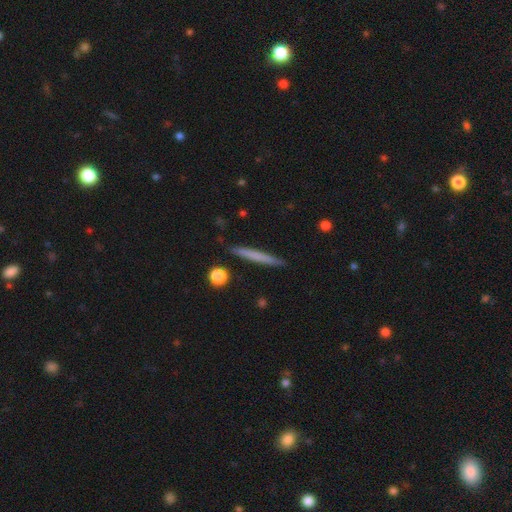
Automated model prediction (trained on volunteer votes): Overall: smooth (62%; featured or disk 32%). How rounded: cigar-shaped (96%). Merging: none (90%).